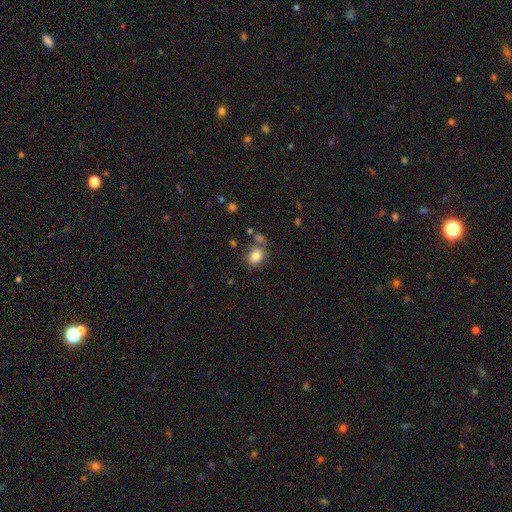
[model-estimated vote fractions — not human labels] Smooth or featured? Predicted: smooth (p=0.82). How rounded? Predicted: round (p=0.62). Merging? Predicted: none (p=0.63).